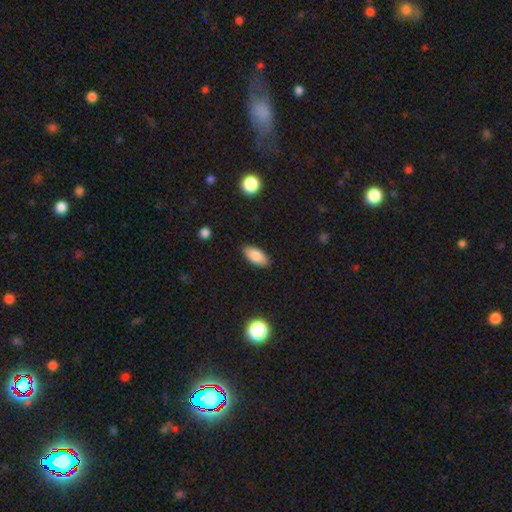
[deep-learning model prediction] This appears to be a smooth galaxy with no disk features (85%) that is in between round and cigar-shaped (90%). Merging: none (87%).